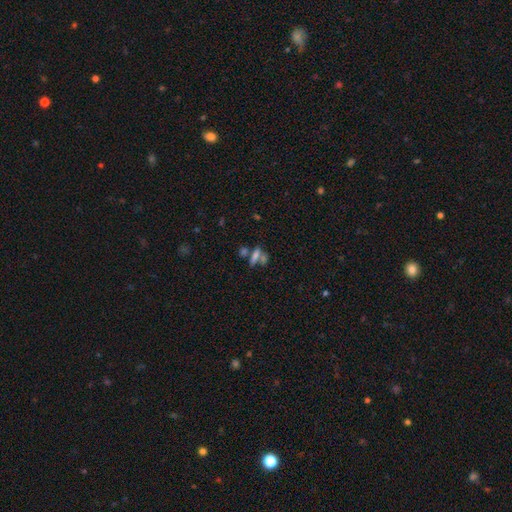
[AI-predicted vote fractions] smooth-or-featured: smooth: 58% | featured or disk: 23% | star or artifact: 18%
  how-rounded: cigar-shaped: 46% | in between: 43% | round: 11%
  merging: none: 41% | merger: 40% | minor disturbance: 11% | major disturbance: 8%